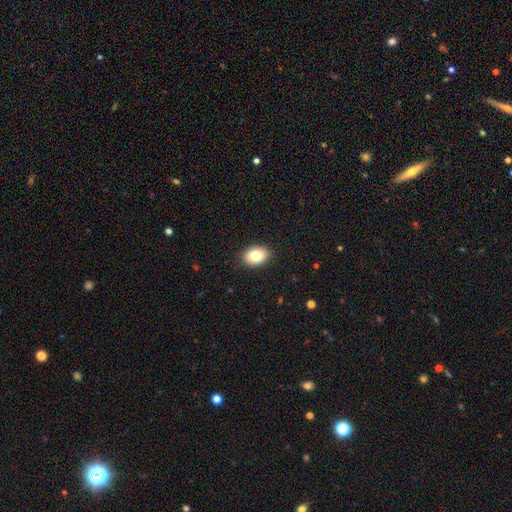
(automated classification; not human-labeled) smooth_or_featured: smooth (p=0.82) [alt: featured or disk p=0.09]
how_rounded: in between (p=0.78) [alt: round p=0.21]
merging: none (p=0.89) [alt: minor disturbance p=0.08]